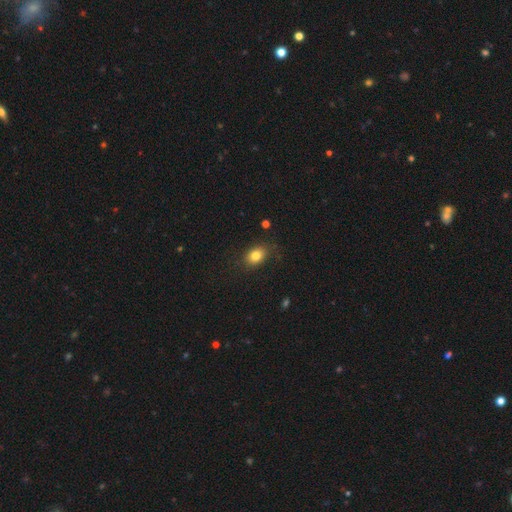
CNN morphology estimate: Q: Smooth or featured?
A: smooth (82%); runner-up: star or artifact (10%)
Q: How rounded?
A: in between (71%); runner-up: round (28%)
Q: Merging?
A: none (80%); runner-up: minor disturbance (14%)